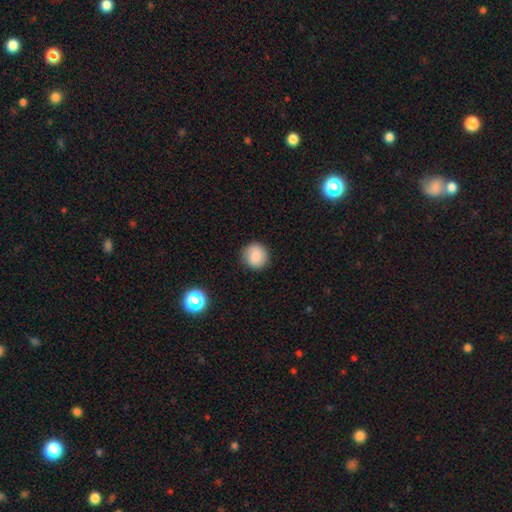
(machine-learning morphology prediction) Overall: smooth (83%). How rounded: round (92%). Merging: none (87%).